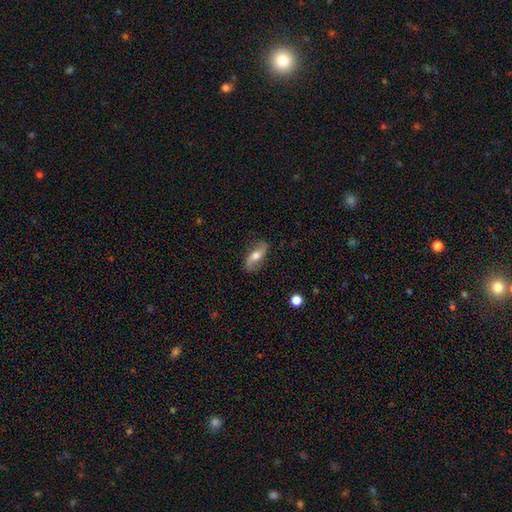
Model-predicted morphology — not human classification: The model was most divided on "smooth or featured": featured or disk: 58%, smooth: 35%, star or artifact: 7%. More confident: edge-on disk — no (83%); merging — none (82%).